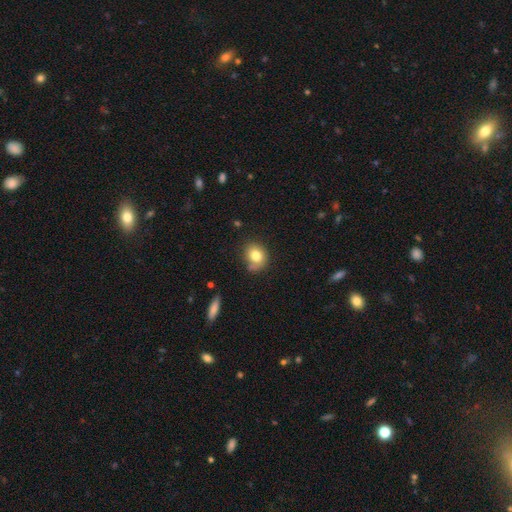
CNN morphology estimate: Smooth or featured: smooth — 78% (featured or disk — 12%)
How rounded: round — 63% (in between — 36%)
Merging: none — 64% (minor disturbance — 23%)